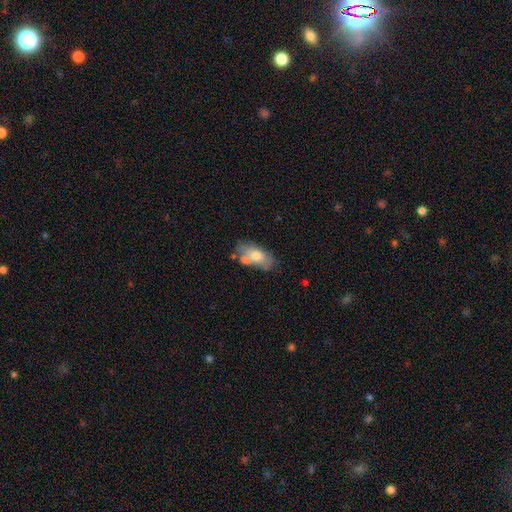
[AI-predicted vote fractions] smooth-or-featured: smooth: 60% | featured or disk: 33% | star or artifact: 7%
  how-rounded: in between: 89% | round: 6% | cigar-shaped: 5%
  merging: none: 48% | merger: 23% | minor disturbance: 21% | major disturbance: 8%